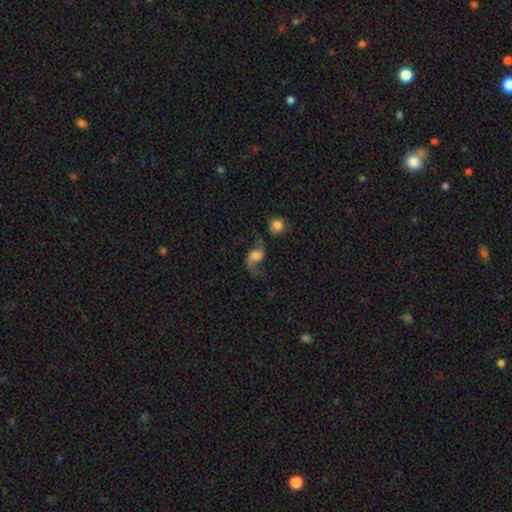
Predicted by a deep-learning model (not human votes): Morphology: type=featured or disk (73%); edge-on=no (97%); bar=no (53%); spiral arms=yes (93%); winding=loose (86%); arm count=2 (88%); bulge=moderate (32%); merging=none (54%).